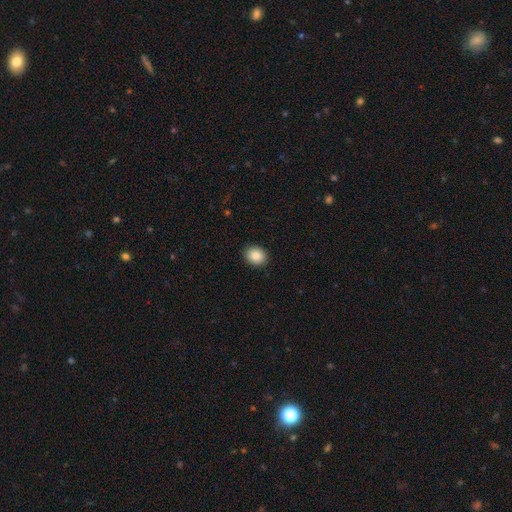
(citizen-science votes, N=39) Smooth or featured? smooth (92%)
How rounded? round (56%)
Merging? none (97%)